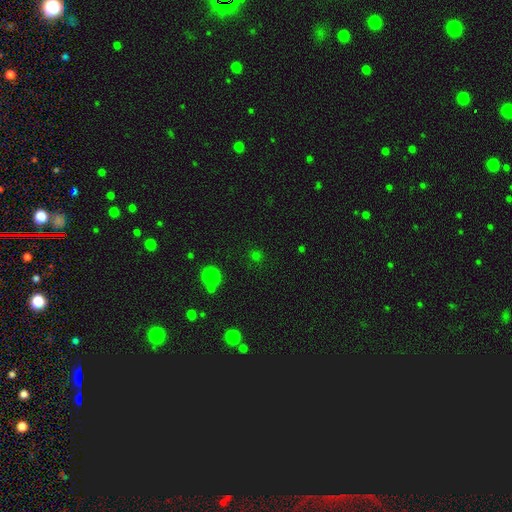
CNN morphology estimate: This appears to be a smooth galaxy with no disk features (63%) that is round (88%). Merging: none (82%).